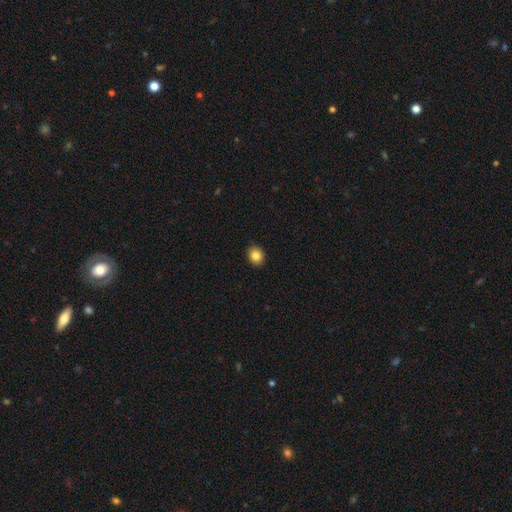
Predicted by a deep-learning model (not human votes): This is clearly a smooth galaxy (84%). How rounded: likely round (64%). Merging: clearly none (90%).